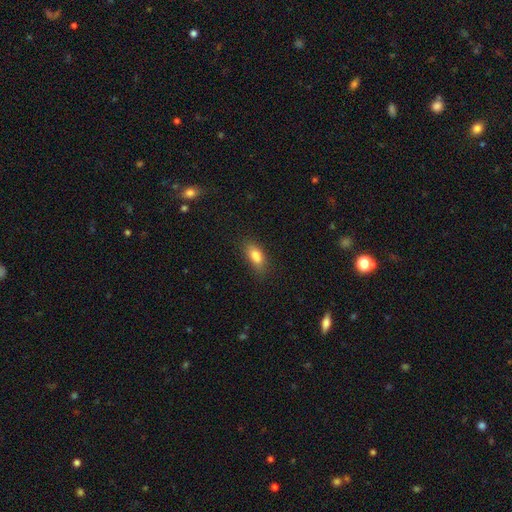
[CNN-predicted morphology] Q: Smooth or featured?
A: smooth (82%); runner-up: featured or disk (9%)
Q: How rounded?
A: in between (83%); runner-up: cigar-shaped (12%)
Q: Merging?
A: none (72%); runner-up: minor disturbance (21%)